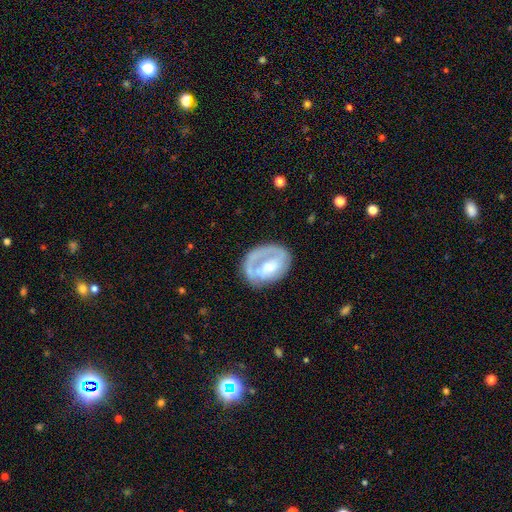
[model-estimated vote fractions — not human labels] Morphology: type=featured or disk (60%); edge-on=no (96%); bar=no (57%); spiral arms=yes (56%); bulge=moderate (45%); merging=none (53%).